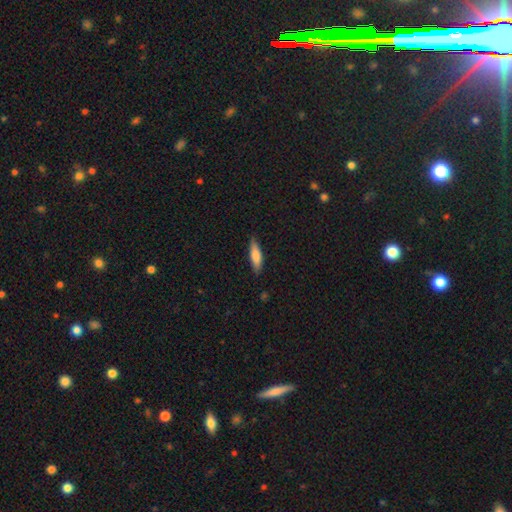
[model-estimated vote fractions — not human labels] Morphology: type=smooth (77%); roundness=cigar-shaped (59%); merging=none (84%).